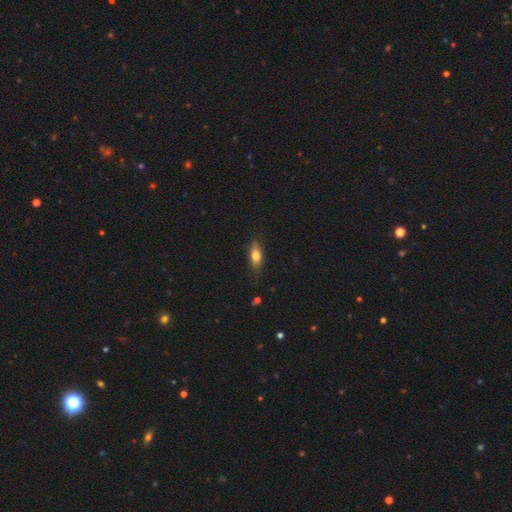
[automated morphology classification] A smooth galaxy with no disk features (67%) that is in between round and cigar-shaped (63%). Merging: none (80%).